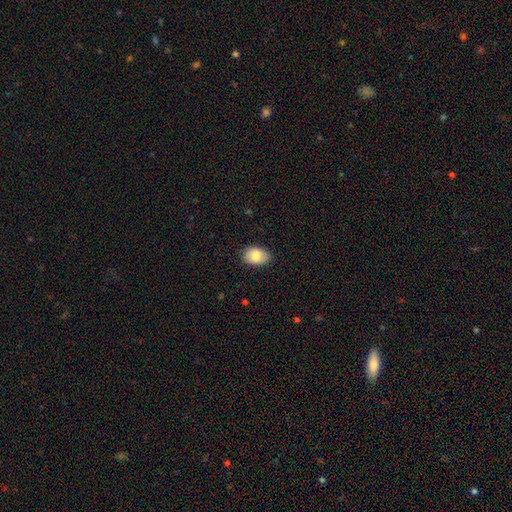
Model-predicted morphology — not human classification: A smooth galaxy with no disk features (83%) that is in between round and cigar-shaped (85%). Merging: none (83%).